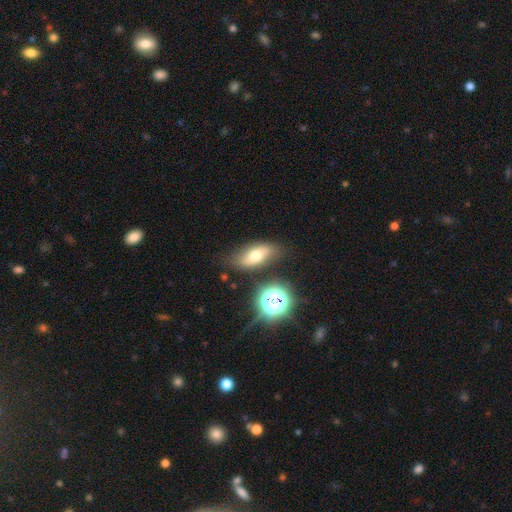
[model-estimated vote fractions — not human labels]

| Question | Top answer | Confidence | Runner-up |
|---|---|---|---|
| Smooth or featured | smooth | 56% | featured or disk (30%) |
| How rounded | in between | 80% | cigar-shaped (11%) |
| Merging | none | 74% | minor disturbance (16%) |